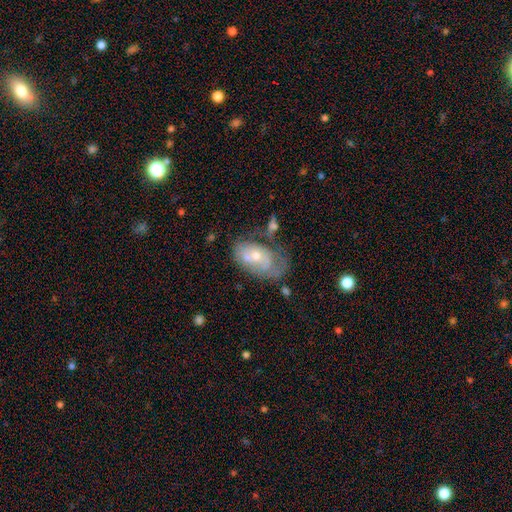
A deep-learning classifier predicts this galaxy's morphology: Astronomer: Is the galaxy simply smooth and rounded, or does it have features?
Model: featured or disk — 55% (runner-up: smooth, 37%).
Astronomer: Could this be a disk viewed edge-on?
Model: no — 95%.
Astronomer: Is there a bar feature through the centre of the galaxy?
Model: no — 78%.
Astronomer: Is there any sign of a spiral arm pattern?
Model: yes — 53% (runner-up: no, 47%).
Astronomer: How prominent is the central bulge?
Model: moderate — 50% (runner-up: small, 44%).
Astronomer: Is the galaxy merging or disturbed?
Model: none — 31% (runner-up: minor disturbance, 27%).